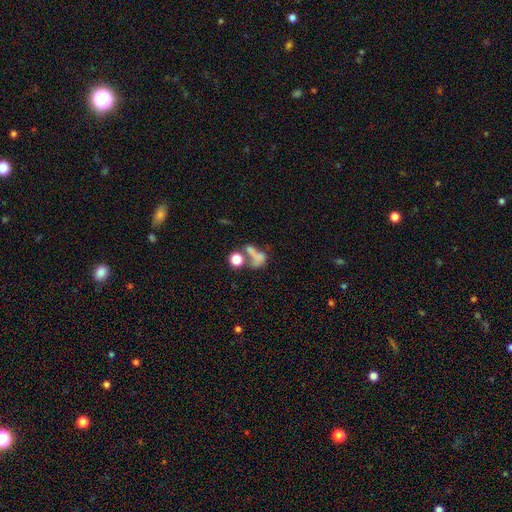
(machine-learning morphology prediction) This is likely a smooth galaxy (62%). How rounded: possibly in between (55%). Merging: marginally merger (42%).